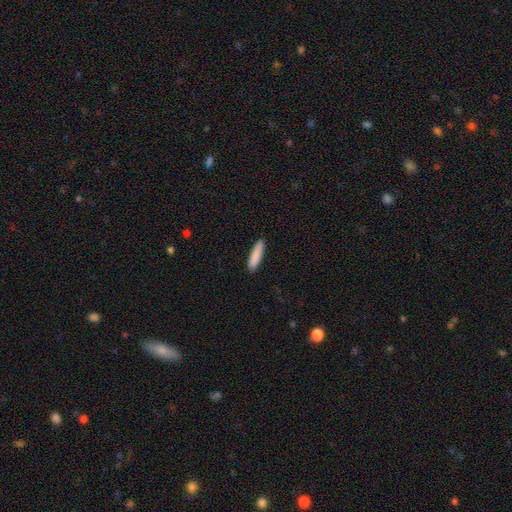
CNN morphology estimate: Overall: smooth (87%). How rounded: cigar-shaped (81%). Merging: none (90%).